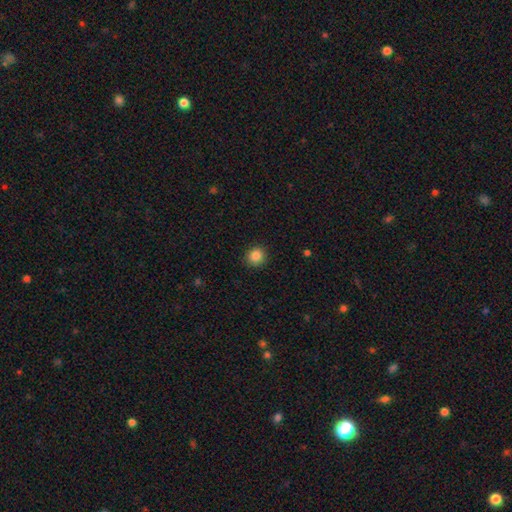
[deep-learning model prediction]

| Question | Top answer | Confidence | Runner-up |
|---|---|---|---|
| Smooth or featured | smooth | 87% | star or artifact (10%) |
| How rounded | round | 88% | in between (11%) |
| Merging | none | 91% | minor disturbance (6%) |